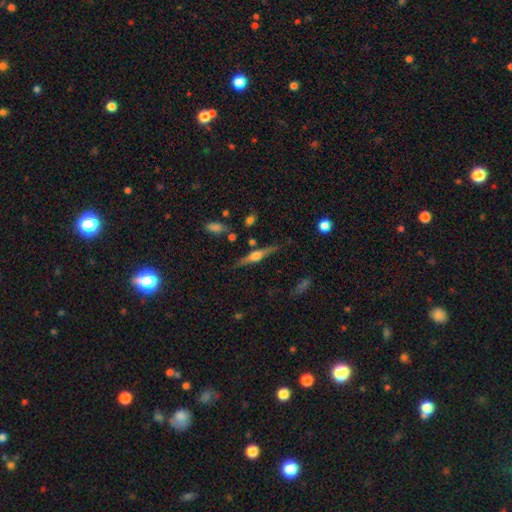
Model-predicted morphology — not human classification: Overall: featured or disk (73%). Edge-on disk: yes (97%). Edge-on bulge: rounded (88%). Merging: none (83%).